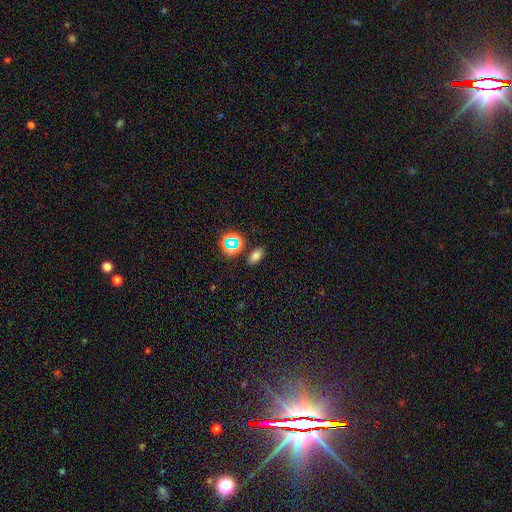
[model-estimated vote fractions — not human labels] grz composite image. It shows a smooth galaxy with no disk features (69%) that is in between round and cigar-shaped (86%). Merging: none (84%).